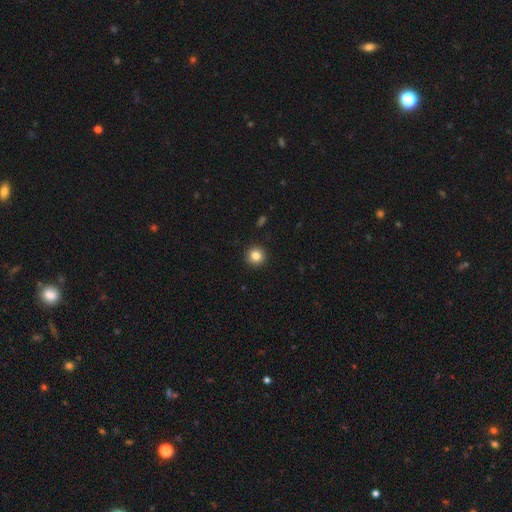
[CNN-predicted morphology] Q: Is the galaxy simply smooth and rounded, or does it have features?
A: smooth — 84%.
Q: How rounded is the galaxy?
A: round — 94%.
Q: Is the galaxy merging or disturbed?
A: none — 93%.